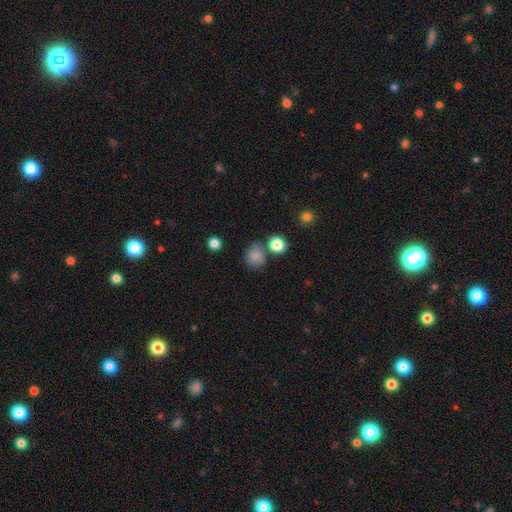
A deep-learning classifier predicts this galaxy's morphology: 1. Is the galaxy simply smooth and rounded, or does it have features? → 82% smooth, 12% star or artifact, 6% featured or disk.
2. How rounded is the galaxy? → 76% round, 23% in between, 1% cigar-shaped.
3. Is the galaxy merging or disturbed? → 66% none, 18% minor disturbance, 10% merger, 6% major disturbance.